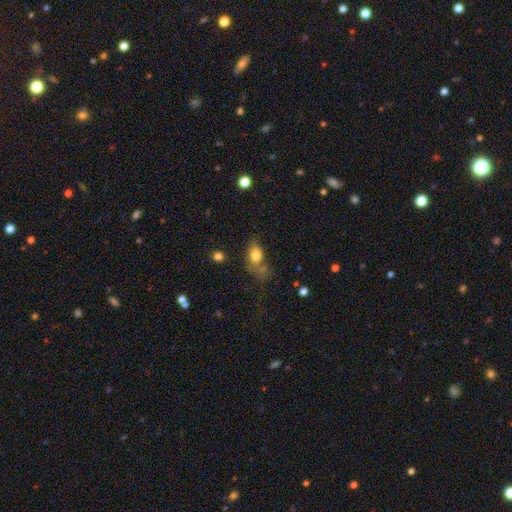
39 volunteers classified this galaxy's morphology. Smooth or featured: smooth — 79% (featured or disk — 15%)
How rounded: in between — 77% (round — 23%)
Merging: major disturbance — 43% (minor disturbance — 27%)